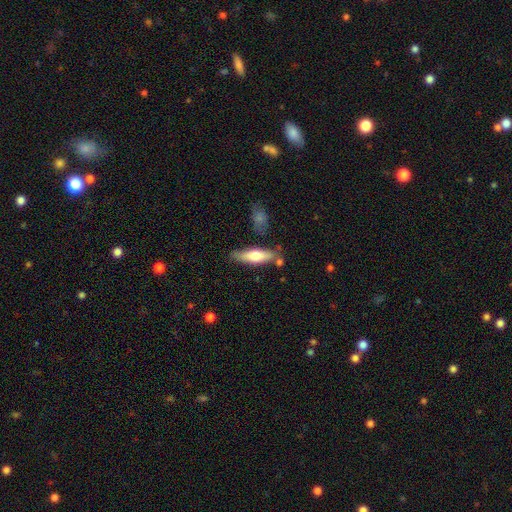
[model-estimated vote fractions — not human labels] Overall: smooth (61%; featured or disk 33%). How rounded: cigar-shaped (54%; in between 44%). Merging: none (74%).